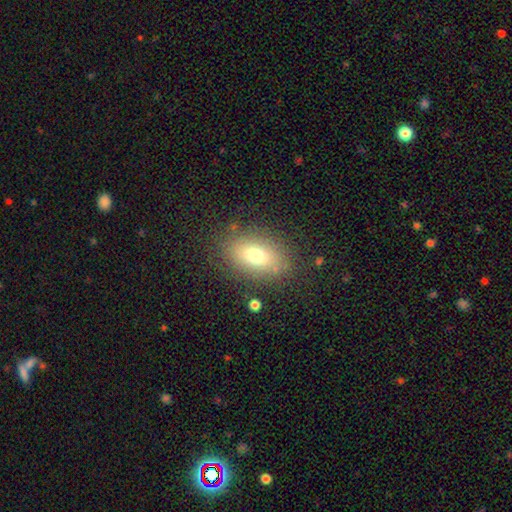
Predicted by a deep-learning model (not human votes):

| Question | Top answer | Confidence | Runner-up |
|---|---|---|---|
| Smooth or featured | smooth | 73% | featured or disk (15%) |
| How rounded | in between | 83% | round (15%) |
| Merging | none | 81% | minor disturbance (12%) |